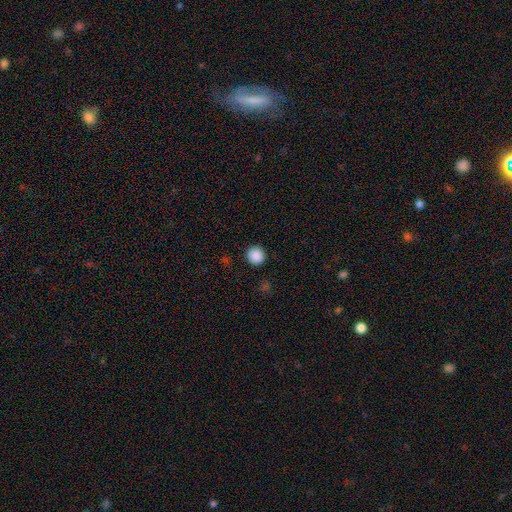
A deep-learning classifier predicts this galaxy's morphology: The model was most divided on "smooth or featured": smooth: 89%, star or artifact: 9%, featured or disk: 2%. More confident: how rounded — round (93%); merging — none (92%).